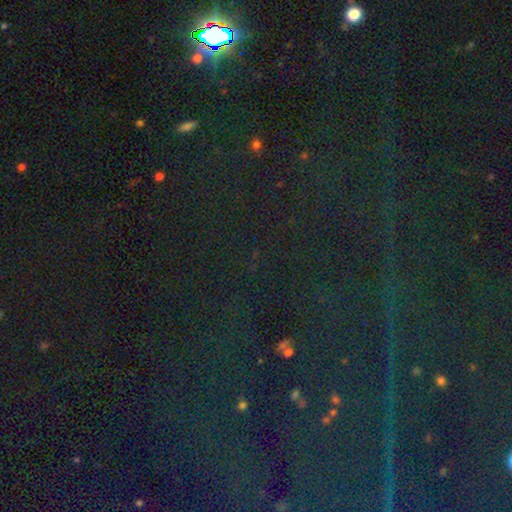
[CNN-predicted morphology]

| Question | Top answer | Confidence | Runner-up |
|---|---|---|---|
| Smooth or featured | star or artifact | 85% | smooth (8%) |